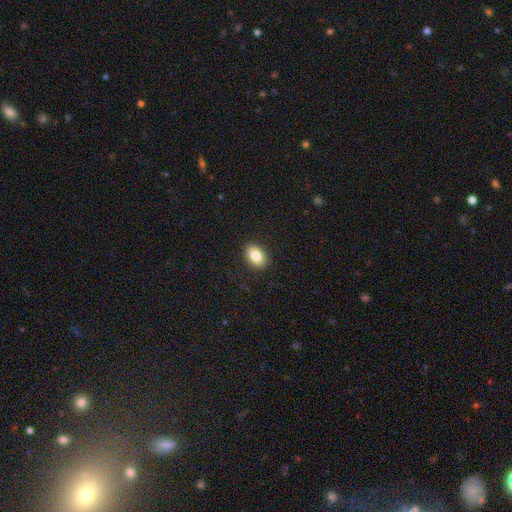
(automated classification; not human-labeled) Overall: smooth (84%). How rounded: in between (85%). Merging: none (89%).